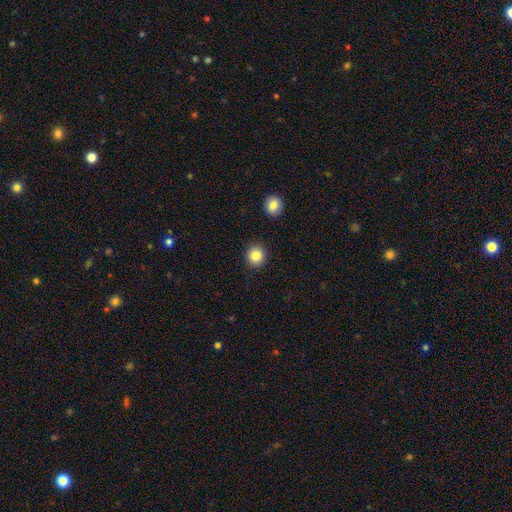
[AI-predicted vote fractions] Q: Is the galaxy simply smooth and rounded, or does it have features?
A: smooth — 86%.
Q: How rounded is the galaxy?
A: round — 92%.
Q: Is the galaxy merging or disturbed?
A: none — 90%.